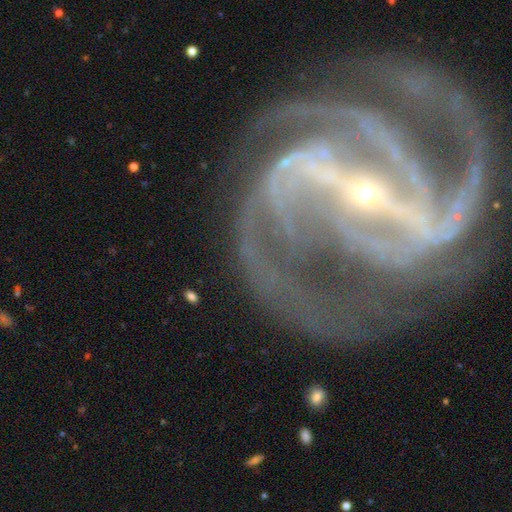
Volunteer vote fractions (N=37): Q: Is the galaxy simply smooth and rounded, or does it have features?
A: featured or disk — 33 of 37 (89%).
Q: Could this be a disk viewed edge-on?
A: no — 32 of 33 (97%).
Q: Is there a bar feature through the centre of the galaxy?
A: strong — 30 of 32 (94%).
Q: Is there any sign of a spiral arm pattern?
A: yes — 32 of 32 (100%).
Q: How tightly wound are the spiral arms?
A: medium — 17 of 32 (53%).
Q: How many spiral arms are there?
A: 4 — 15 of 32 (47%).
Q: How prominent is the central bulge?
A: small — 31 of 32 (97%).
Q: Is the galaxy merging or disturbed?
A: none — 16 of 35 (46%).